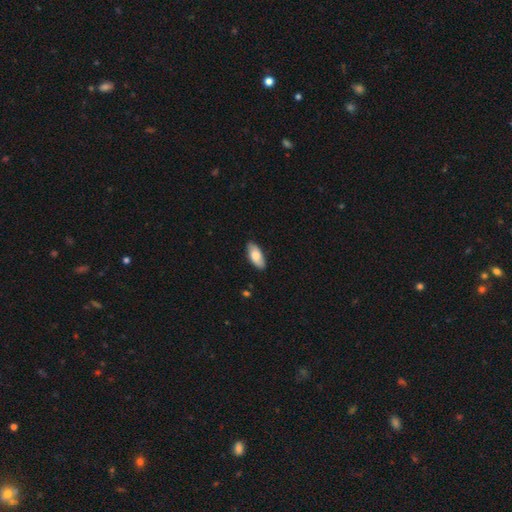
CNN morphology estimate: This appears to be a smooth galaxy with no disk features (78%) that is in between round and cigar-shaped (87%). Merging: none (86%).